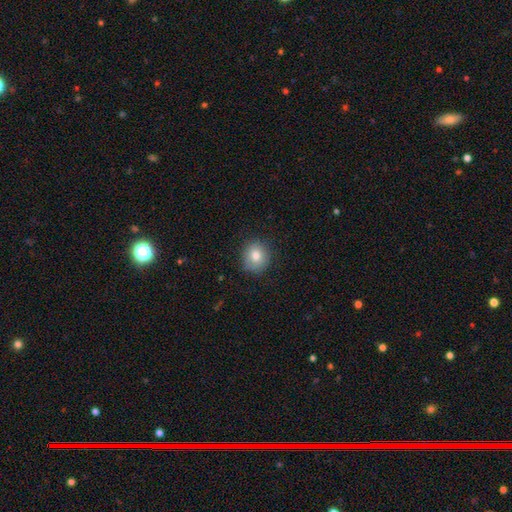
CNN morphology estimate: Overall: smooth (79%). How rounded: round (85%). Merging: none (84%).